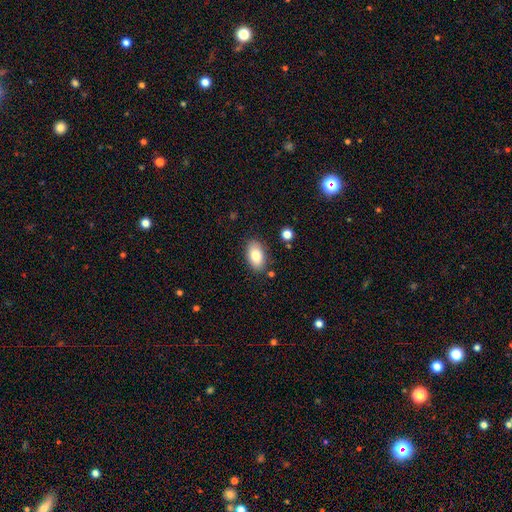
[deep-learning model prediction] A smooth galaxy with no disk features (82%) that is in between round and cigar-shaped (93%).

Vote fractions:
- Smooth or featured? smooth: 82% / featured or disk: 11% / star or artifact: 7%
- How rounded? in between: 93% / round: 5% / cigar-shaped: 2%
- Merging? none: 84% / minor disturbance: 11% / major disturbance: 3% / merger: 2%